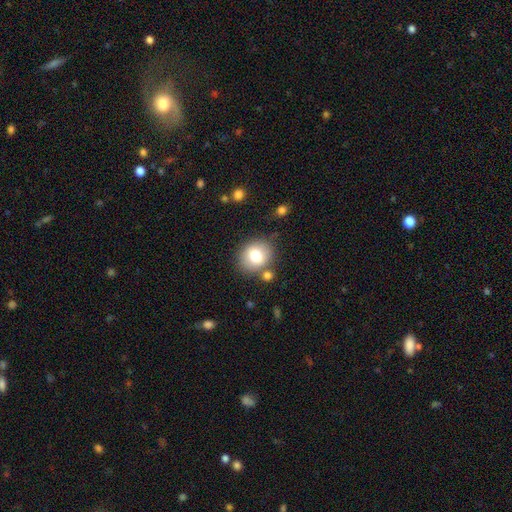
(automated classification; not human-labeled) Smooth or featured?
  - smooth: 75% *
  - featured or disk: 15%
  - star or artifact: 10%
How rounded?
  - round: 70% *
  - in between: 29%
  - cigar-shaped: 1%
Merging?
  - none: 77% *
  - minor disturbance: 12%
  - merger: 8%
  - major disturbance: 4%